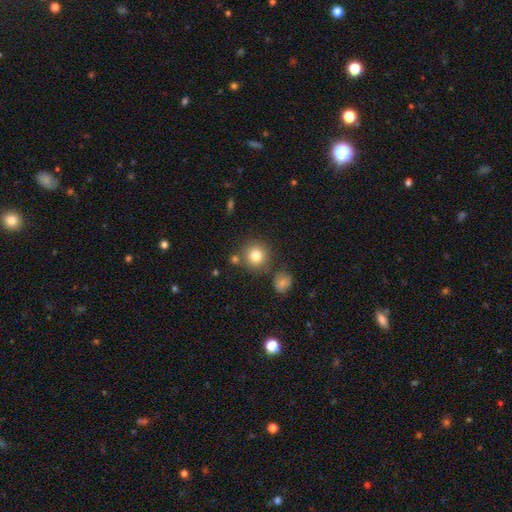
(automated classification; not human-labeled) Morphology: type=smooth (81%); roundness=round (92%); merging=none (78%).